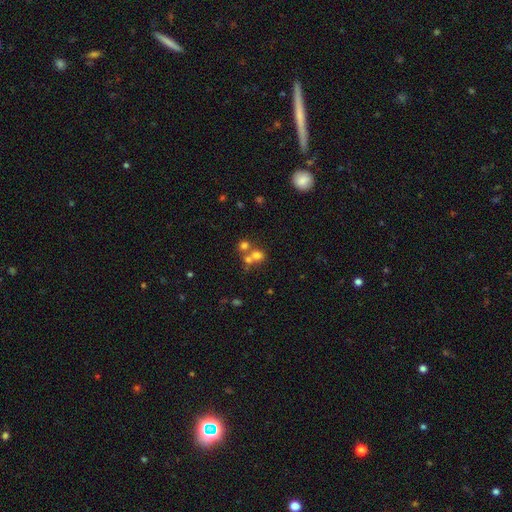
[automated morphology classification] type=smooth (66%); roundness=round (76%); merging=merger (51%).